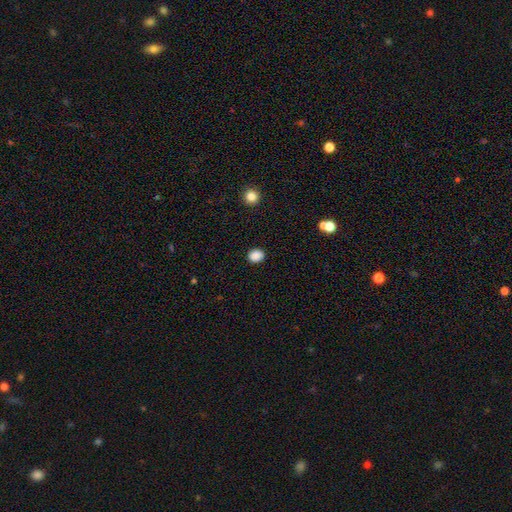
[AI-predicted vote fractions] Morphology: type=smooth (87%); roundness=round (62%); merging=none (90%).